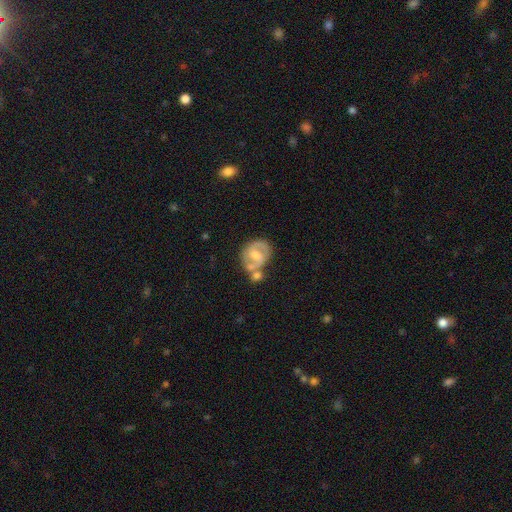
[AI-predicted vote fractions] Smooth or featured?
  - featured or disk: 78% *
  - smooth: 16%
  - star or artifact: 6%
Edge-on disk?
  - no: 97% *
  - yes: 3%
Bar?
  - weak: 51% *
  - no: 30%
  - strong: 18%
Spiral arms?
  - yes: 91% *
  - no: 9%
Spiral winding?
  - medium: 53% *
  - tight: 32%
  - loose: 15%
Spiral arm count?
  - 2: 86% *
  - can't tell: 7%
  - 1: 4%
  - 3: 2%
  - 4: 1%
  - more than 4: 1%
Bulge size?
  - moderate: 53% *
  - small: 33%
  - none: 6%
  - large: 6%
  - dominant: 1%
Merging?
  - none: 50% *
  - merger: 26%
  - minor disturbance: 17%
  - major disturbance: 7%